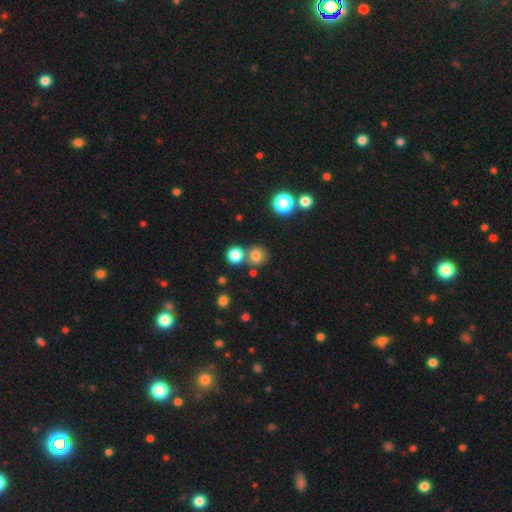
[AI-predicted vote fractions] Smooth or featured? smooth (76%)
How rounded? round (84%)
Merging? none (64%)